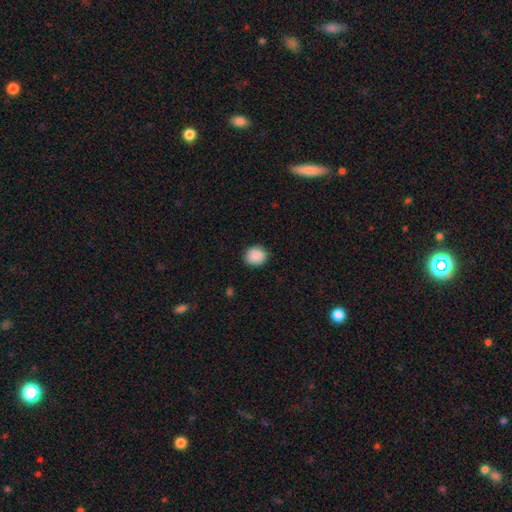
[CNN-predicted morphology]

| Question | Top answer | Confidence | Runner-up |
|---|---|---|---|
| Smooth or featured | smooth | 90% | star or artifact (8%) |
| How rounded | round | 77% | in between (22%) |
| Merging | none | 89% | minor disturbance (8%) |